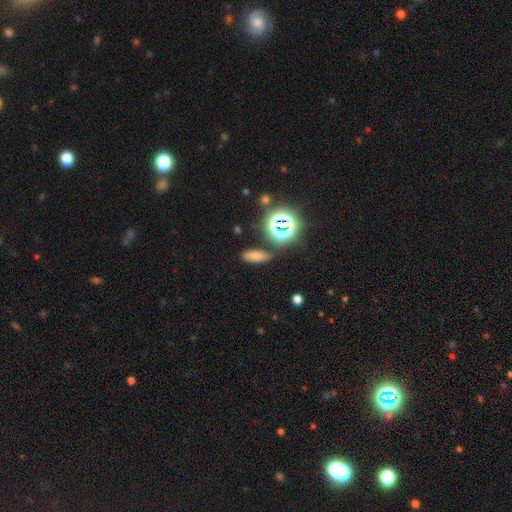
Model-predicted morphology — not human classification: type=smooth (66%); roundness=in between (68%); merging=none (80%).